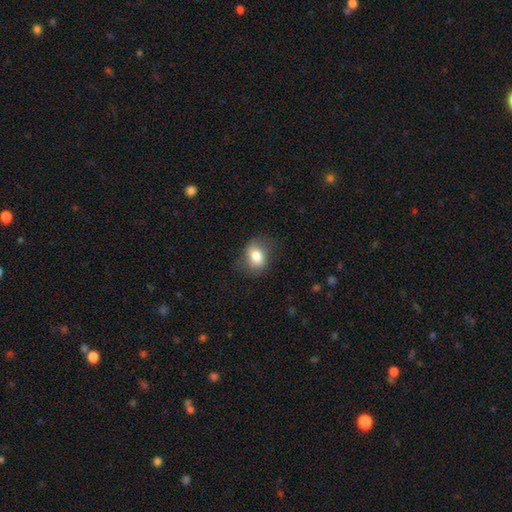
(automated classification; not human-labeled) smooth 79%, featured or disk 12%, star or artifact 8%. Down the decision tree: how rounded — in between (65%); merging — none (67%).